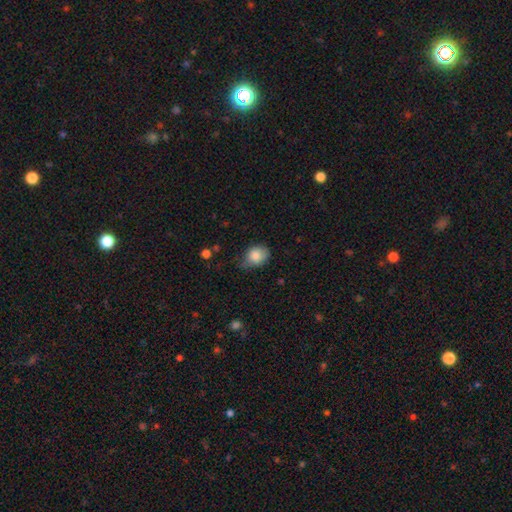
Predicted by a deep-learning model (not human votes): smooth-or-featured: smooth: 85% | star or artifact: 8% | featured or disk: 7%
  how-rounded: in between: 56% | round: 43% | cigar-shaped: 1%
  merging: none: 51% | minor disturbance: 38% | major disturbance: 9% | merger: 2%